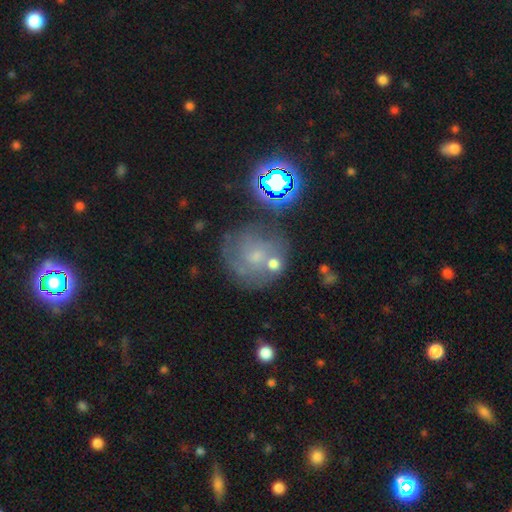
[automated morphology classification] featured or disk 42%, smooth 36%, star or artifact 22%. Down the decision tree: merging — none (54%).